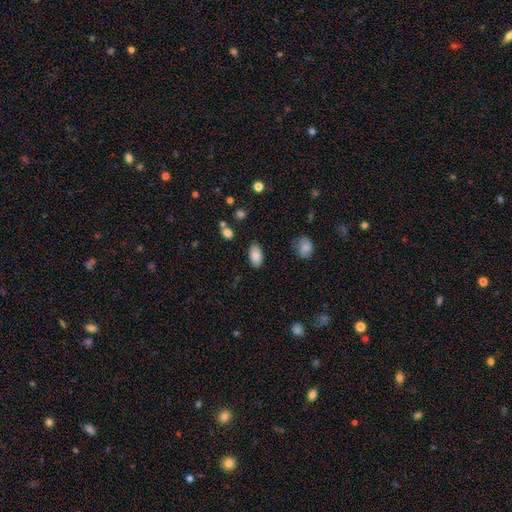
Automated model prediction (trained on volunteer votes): Smooth or featured: smooth — 87% (star or artifact — 7%)
How rounded: in between — 94% (round — 4%)
Merging: none — 85% (minor disturbance — 11%)